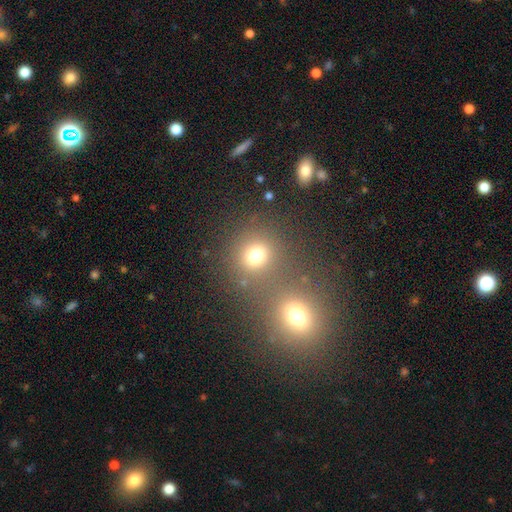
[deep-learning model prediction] A smooth galaxy with no disk features (73%) that is round (82%).

Vote fractions:
- Smooth or featured? smooth: 73% / star or artifact: 19% / featured or disk: 9%
- How rounded? round: 82% / in between: 17% / cigar-shaped: 1%
- Merging? none: 62% / merger: 26% / minor disturbance: 8% / major disturbance: 5%